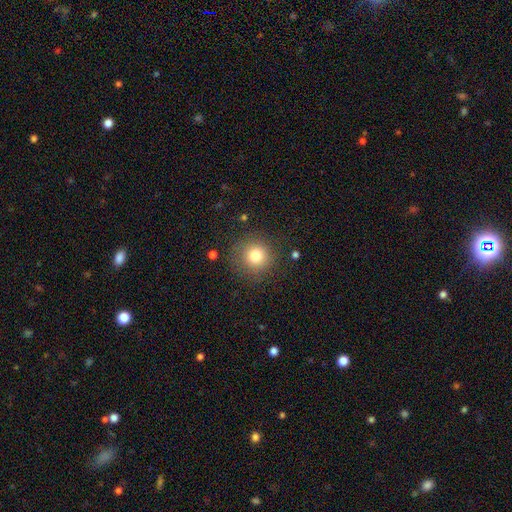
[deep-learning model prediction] Morphology: type=smooth (79%); roundness=round (93%); merging=none (84%).